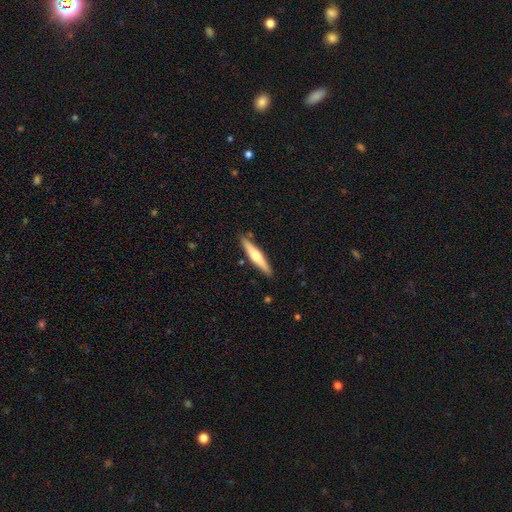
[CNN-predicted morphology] A featured or disk galaxy (53%) viewed edge-on (96%) with a rounded central bulge (89%). Merging: none (88%).